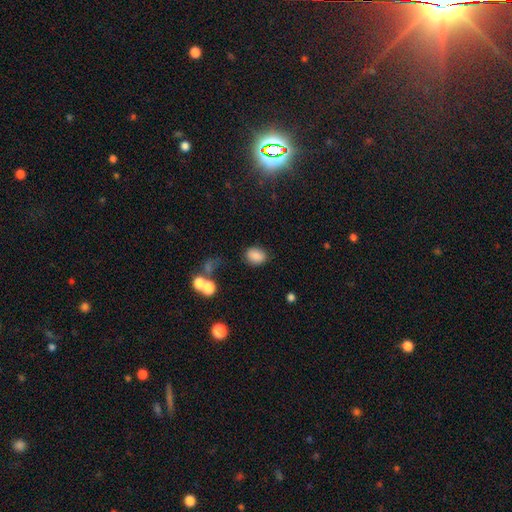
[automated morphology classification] Overall: smooth (83%). How rounded: in between (67%; round 32%). Merging: none (78%).